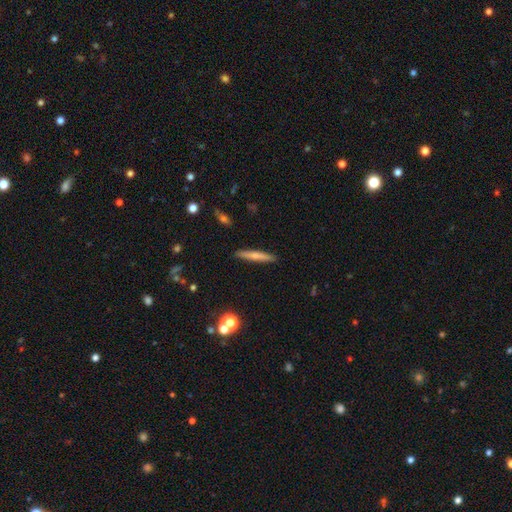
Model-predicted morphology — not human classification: smooth_or_featured: smooth (p=0.64) [alt: featured or disk p=0.29]
how_rounded: cigar-shaped (p=0.94) [alt: in between p=0.05]
merging: none (p=0.90) [alt: minor disturbance p=0.07]